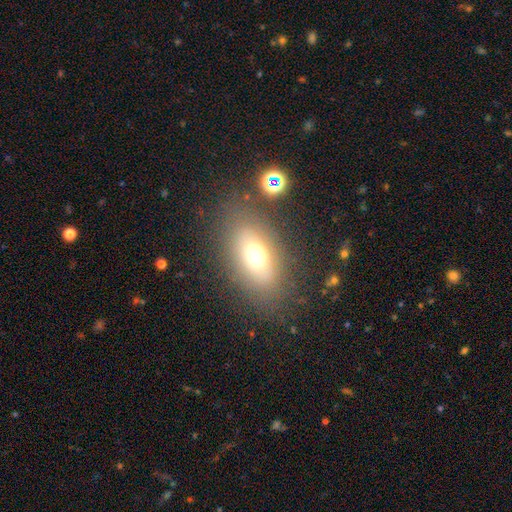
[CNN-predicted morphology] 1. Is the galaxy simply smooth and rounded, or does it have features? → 66% smooth, 20% featured or disk, 14% star or artifact.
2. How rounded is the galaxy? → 81% in between, 14% round, 5% cigar-shaped.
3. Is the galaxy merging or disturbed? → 79% none, 11% minor disturbance, 6% major disturbance, 3% merger.